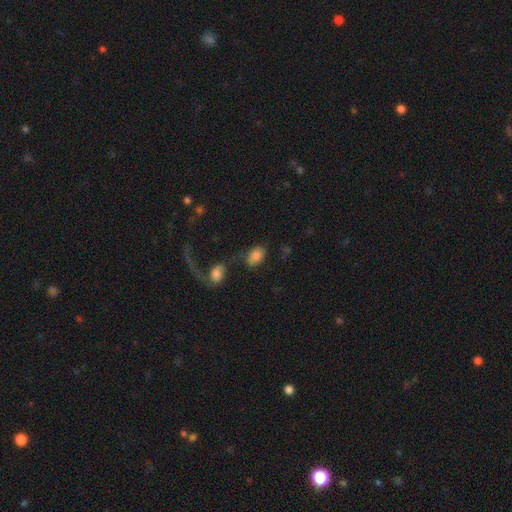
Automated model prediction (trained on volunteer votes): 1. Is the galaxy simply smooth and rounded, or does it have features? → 79% smooth, 12% featured or disk, 9% star or artifact.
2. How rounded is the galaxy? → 88% in between, 10% round, 1% cigar-shaped.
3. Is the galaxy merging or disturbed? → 46% none, 26% merger, 15% minor disturbance, 12% major disturbance.